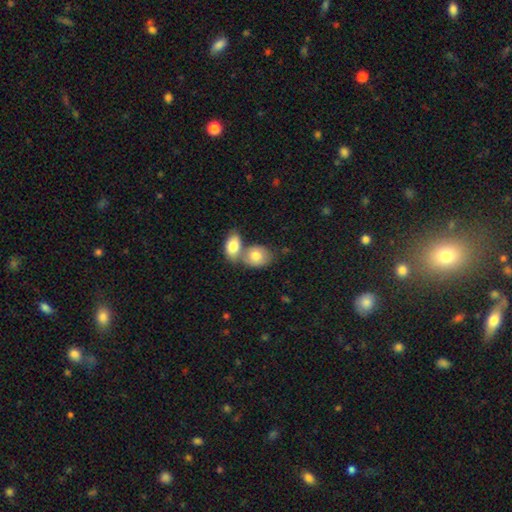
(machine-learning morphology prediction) Smooth or featured: smooth — 78% (featured or disk — 15%)
How rounded: in between — 70% (round — 29%)
Merging: merger — 58% (none — 30%)